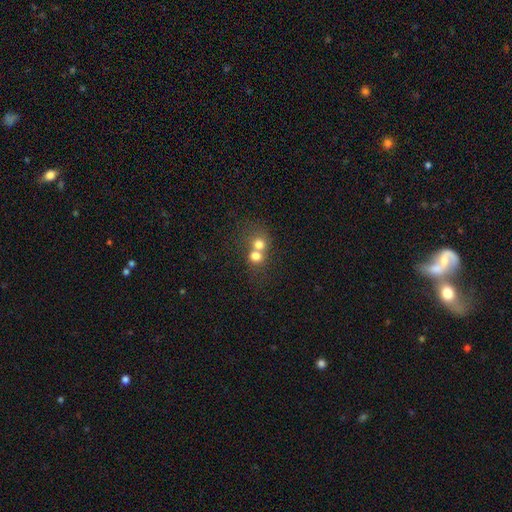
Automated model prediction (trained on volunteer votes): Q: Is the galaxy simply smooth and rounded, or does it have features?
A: smooth — 72%.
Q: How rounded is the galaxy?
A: round — 77%.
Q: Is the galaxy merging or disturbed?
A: merger — 65%.